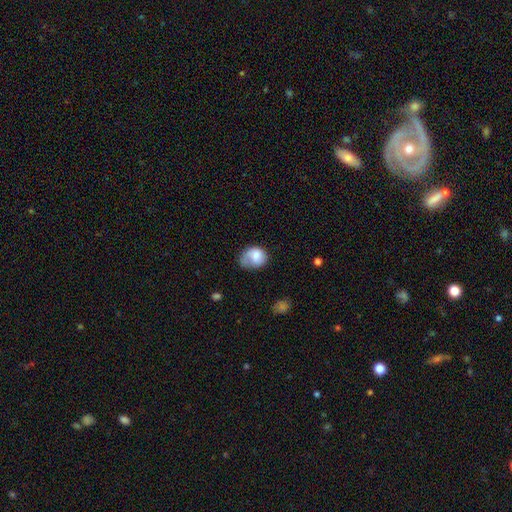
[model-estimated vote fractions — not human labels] Smooth or featured: smooth — 72% (featured or disk — 20%)
How rounded: round — 50% (in between — 49%)
Merging: none — 36% (minor disturbance — 34%)